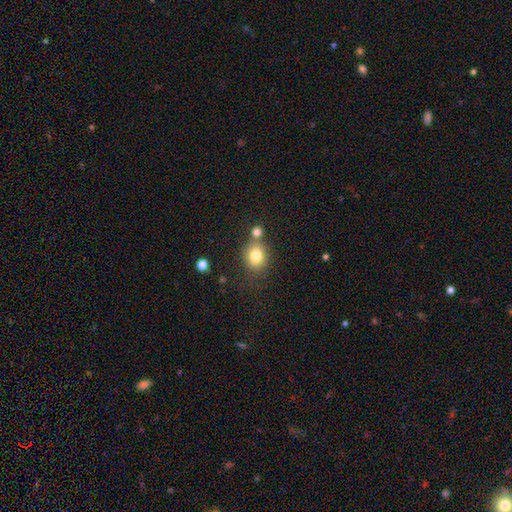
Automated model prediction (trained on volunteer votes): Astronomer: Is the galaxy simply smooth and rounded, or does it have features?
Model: smooth — 80%.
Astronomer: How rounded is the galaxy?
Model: round — 64%.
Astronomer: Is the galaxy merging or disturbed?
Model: none — 64%.